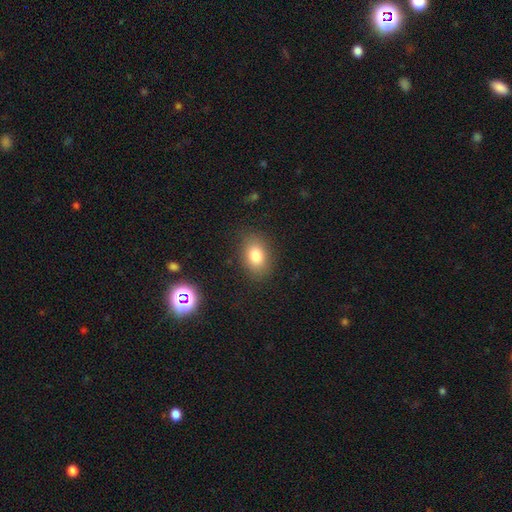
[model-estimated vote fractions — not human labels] Smooth or featured? Predicted: smooth (p=0.81). How rounded? Predicted: in between (p=0.78). Merging? Predicted: none (p=0.84).